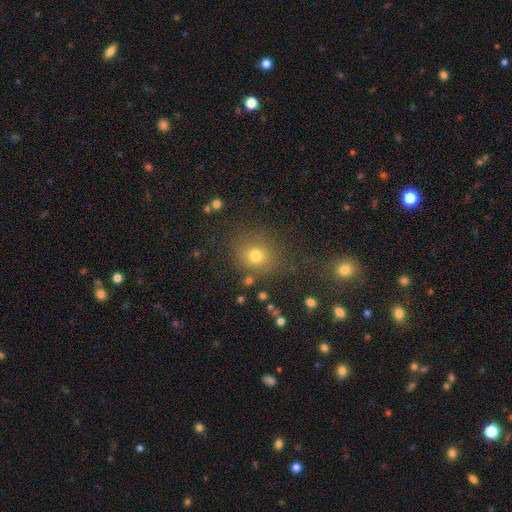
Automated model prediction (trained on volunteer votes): A smooth galaxy with no disk features (72%) that is round (84%).

Vote fractions:
- Smooth or featured? smooth: 72% / star or artifact: 19% / featured or disk: 9%
- How rounded? round: 84% / in between: 15% / cigar-shaped: 1%
- Merging? none: 78% / minor disturbance: 11% / merger: 6% / major disturbance: 5%